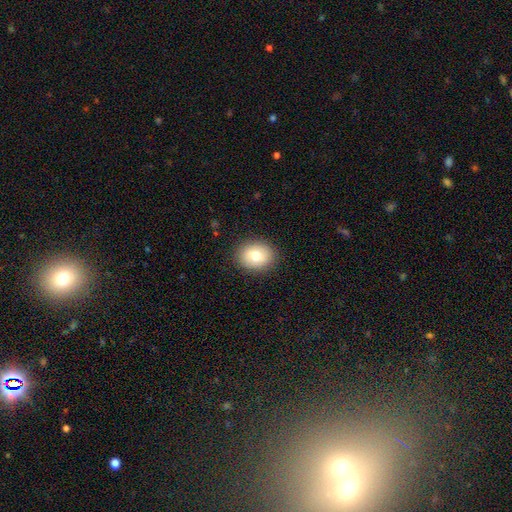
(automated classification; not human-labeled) smooth-or-featured: smooth: 76% | featured or disk: 15% | star or artifact: 9%
  how-rounded: round: 55% | in between: 44% | cigar-shaped: 1%
  merging: none: 88% | minor disturbance: 8% | major disturbance: 2% | merger: 1%